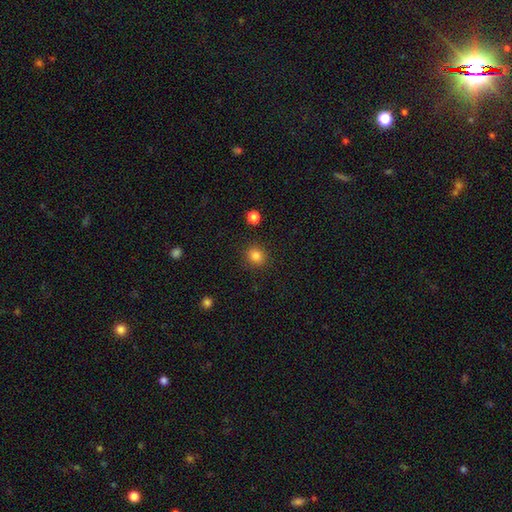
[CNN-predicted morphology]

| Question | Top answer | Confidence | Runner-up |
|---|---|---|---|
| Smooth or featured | smooth | 84% | star or artifact (12%) |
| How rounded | round | 80% | in between (19%) |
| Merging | none | 88% | minor disturbance (7%) |